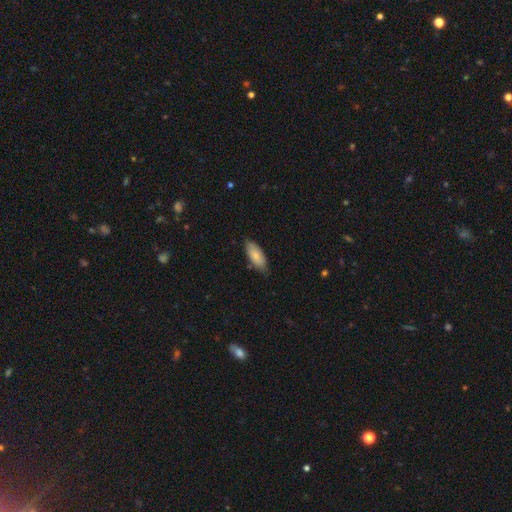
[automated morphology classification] A smooth galaxy with no disk features (81%) that is in between round and cigar-shaped (82%).

Vote fractions:
- Smooth or featured? smooth: 81% / featured or disk: 13% / star or artifact: 6%
- How rounded? in between: 82% / cigar-shaped: 16% / round: 2%
- Merging? none: 78% / minor disturbance: 18% / major disturbance: 2% / merger: 1%